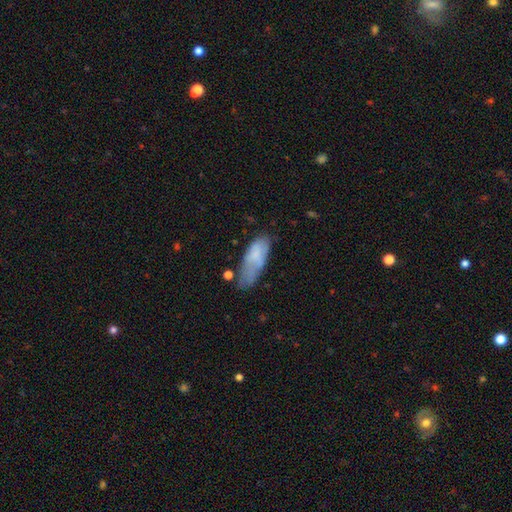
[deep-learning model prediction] smooth-or-featured: smooth: 70% | featured or disk: 23% | star or artifact: 8%
  how-rounded: in between: 73% | cigar-shaped: 25% | round: 2%
  merging: none: 40% | minor disturbance: 35% | major disturbance: 19% | merger: 6%